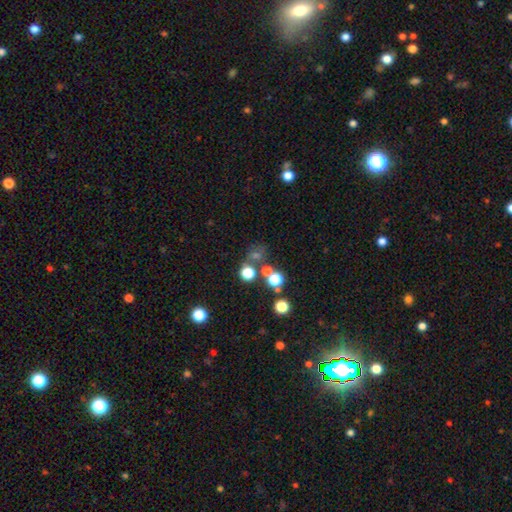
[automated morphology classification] Smooth or featured: smooth — 44% (star or artifact — 42%)
Merging: none — 60% (merger — 21%)